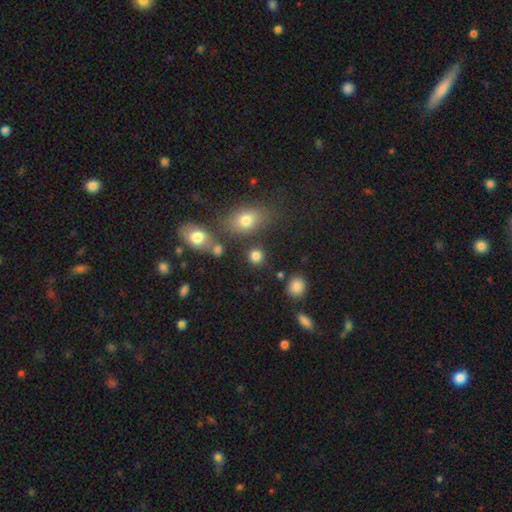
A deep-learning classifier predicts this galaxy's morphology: A smooth galaxy with no disk features (82%) that is round (83%).

Vote fractions:
- Smooth or featured? smooth: 82% / star or artifact: 12% / featured or disk: 5%
- How rounded? round: 83% / in between: 16% / cigar-shaped: 1%
- Merging? none: 78% / minor disturbance: 9% / merger: 9% / major disturbance: 4%